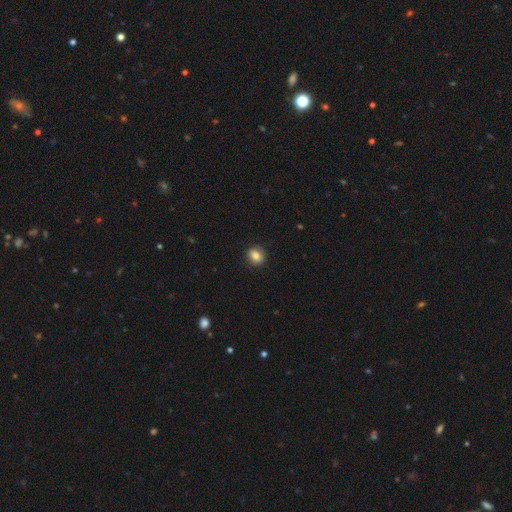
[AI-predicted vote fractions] smooth 80%, featured or disk 11%, star or artifact 10%. Down the decision tree: how rounded — round (65%); merging — none (86%).